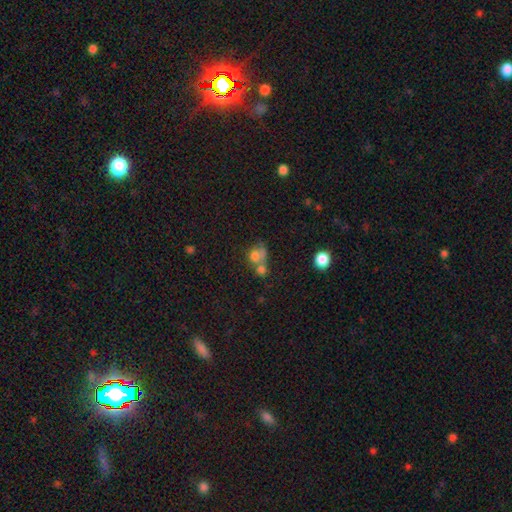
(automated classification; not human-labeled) smooth-or-featured: smooth: 70% | featured or disk: 17% | star or artifact: 13%
  how-rounded: round: 65% | in between: 33% | cigar-shaped: 1%
  merging: merger: 58% | none: 24% | minor disturbance: 9% | major disturbance: 9%